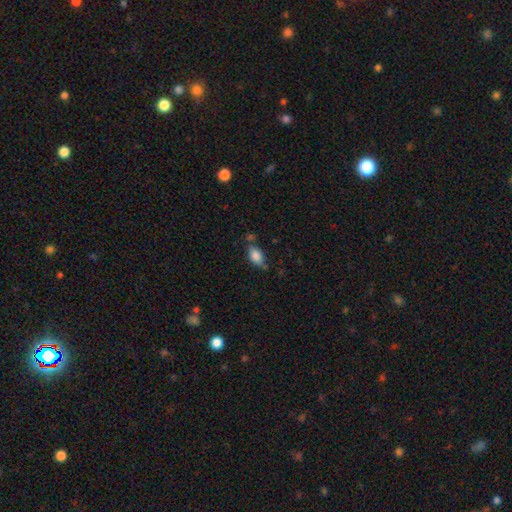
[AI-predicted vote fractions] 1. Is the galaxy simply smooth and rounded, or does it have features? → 81% smooth, 10% featured or disk, 8% star or artifact.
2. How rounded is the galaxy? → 87% in between, 8% round, 5% cigar-shaped.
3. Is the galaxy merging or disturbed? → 57% none, 26% minor disturbance, 9% merger, 8% major disturbance.